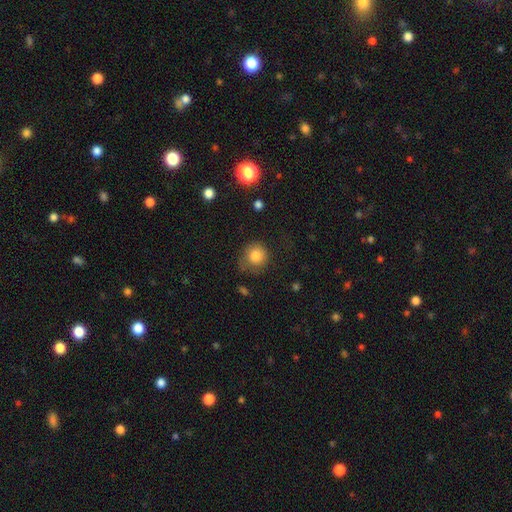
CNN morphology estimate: Q: Smooth or featured?
A: smooth (82%); runner-up: star or artifact (10%)
Q: How rounded?
A: round (88%); runner-up: in between (11%)
Q: Merging?
A: none (63%); runner-up: minor disturbance (24%)